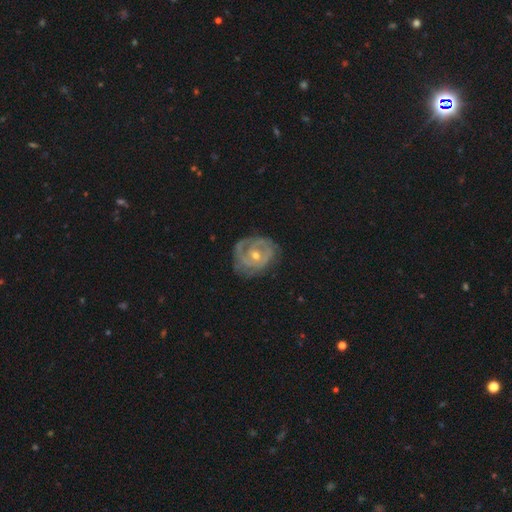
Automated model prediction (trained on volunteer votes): A featured or disk galaxy (84%) with no bar (67%), 2 (38%) tight (68%) spiral arms (92%) and a moderate central bulge (53%).

Vote fractions:
- Smooth or featured? featured or disk: 84% / smooth: 10% / star or artifact: 6%
- Edge-on disk? no: 97% / yes: 3%
- Bar? no: 67% / weak: 26% / strong: 7%
- Spiral arms? yes: 92% / no: 8%
- Spiral winding? tight: 68% / medium: 25% / loose: 6%
- Spiral arm count? 2: 38% / can't tell: 26% / 3: 19% / 1: 7% / 4: 5% / more than 4: 4%
- Bulge size? moderate: 53% / small: 44% / large: 1% / none: 1% / dominant: 1%
- Merging? none: 71% / minor disturbance: 20% / major disturbance: 8% / merger: 1%